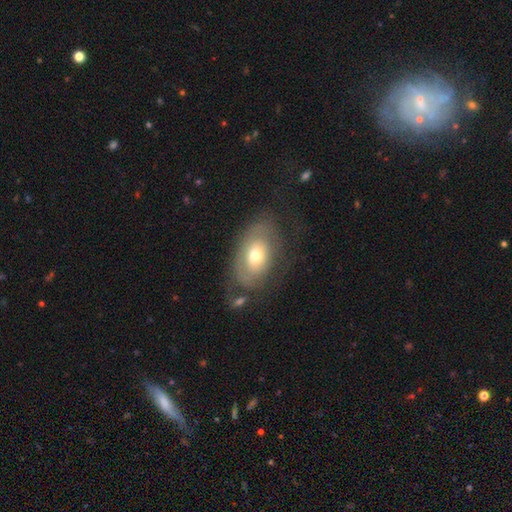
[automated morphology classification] smooth-or-featured: smooth: 53% | featured or disk: 39% | star or artifact: 8%
  how-rounded: in between: 87% | round: 12% | cigar-shaped: 2%
  merging: none: 55% | minor disturbance: 23% | major disturbance: 18% | merger: 4%